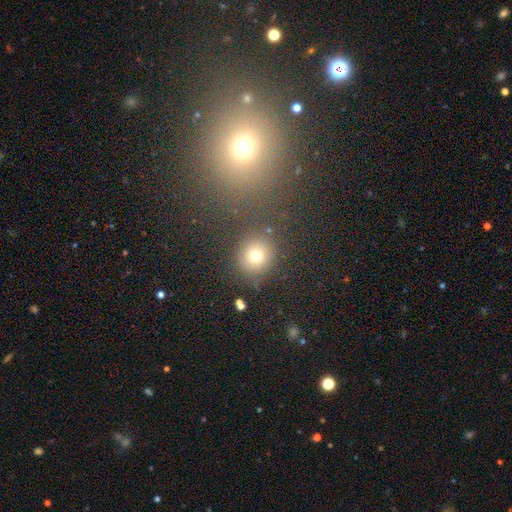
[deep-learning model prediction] smooth 73%, star or artifact 18%, featured or disk 9%. Down the decision tree: how rounded — round (84%); merging — none (83%).